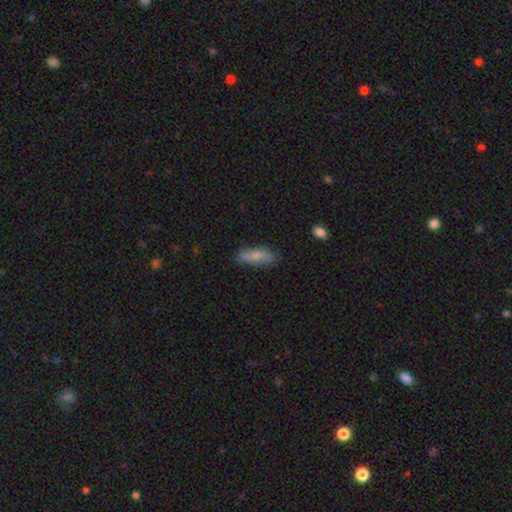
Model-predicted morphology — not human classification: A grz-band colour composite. It shows a smooth galaxy with no disk features (74%) that is in between round and cigar-shaped (57%). Merging: none (71%).